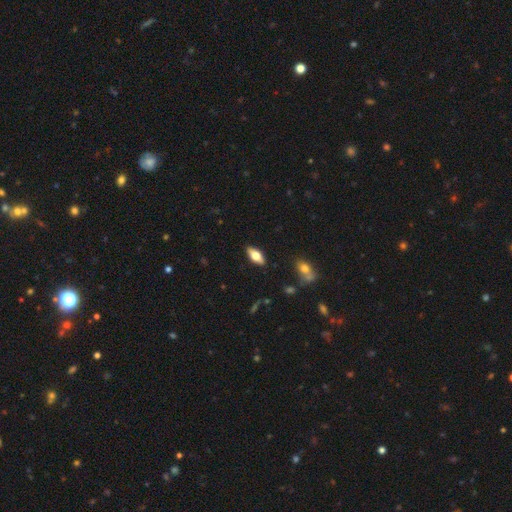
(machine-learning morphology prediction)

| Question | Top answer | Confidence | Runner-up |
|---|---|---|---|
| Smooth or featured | smooth | 55% | featured or disk (38%) |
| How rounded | in between | 79% | cigar-shaped (18%) |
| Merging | none | 87% | minor disturbance (9%) |